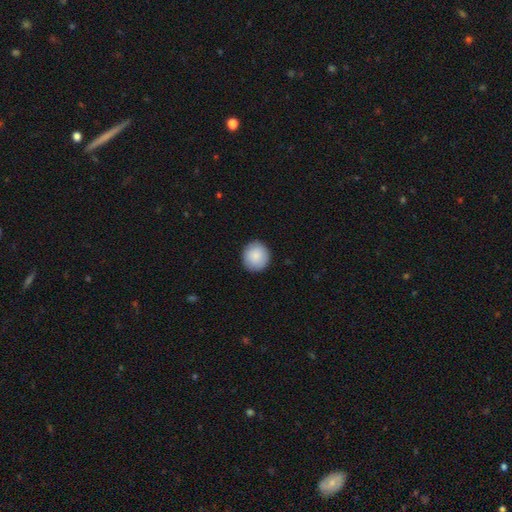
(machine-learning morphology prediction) Overall: smooth (88%). How rounded: round (92%). Merging: none (90%).